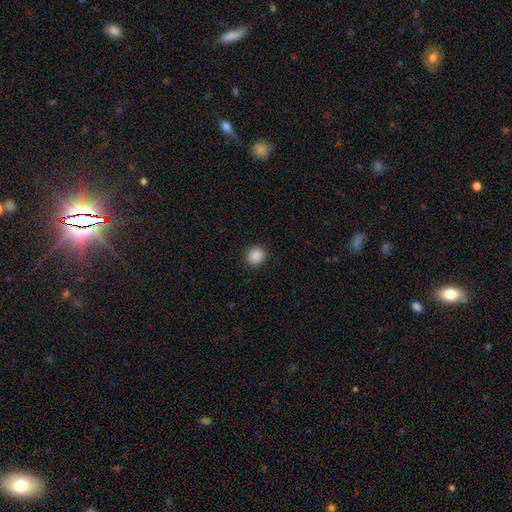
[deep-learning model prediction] Smooth or featured? Predicted: smooth (p=0.88). How rounded? Predicted: round (p=0.88). Merging? Predicted: none (p=0.92).